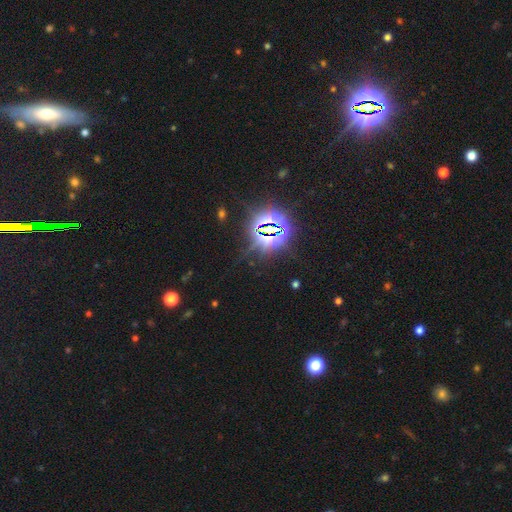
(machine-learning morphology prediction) Smooth or featured: star or artifact — 83% (smooth — 10%)